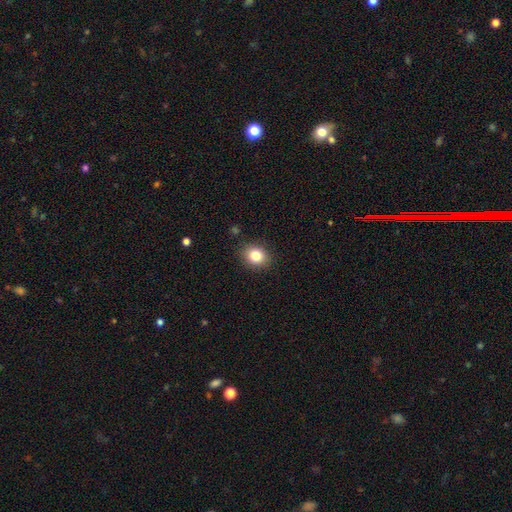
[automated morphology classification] Smooth or featured?
  - smooth: 82% *
  - star or artifact: 11%
  - featured or disk: 7%
How rounded?
  - round: 63% *
  - in between: 36%
  - cigar-shaped: 1%
Merging?
  - none: 88% *
  - minor disturbance: 8%
  - major disturbance: 2%
  - merger: 1%